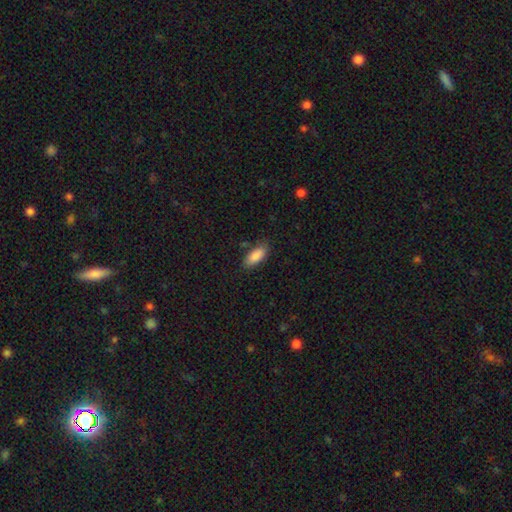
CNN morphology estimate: This is clearly a smooth galaxy (88%). How rounded: clearly in between (83%). Merging: clearly none (81%).